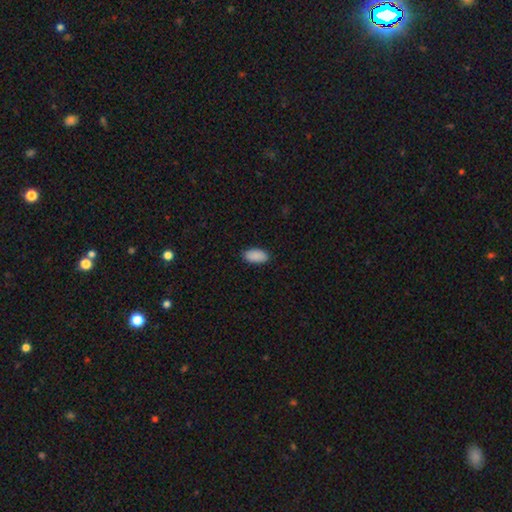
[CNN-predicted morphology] type=smooth (90%); roundness=in between (94%); merging=none (88%).